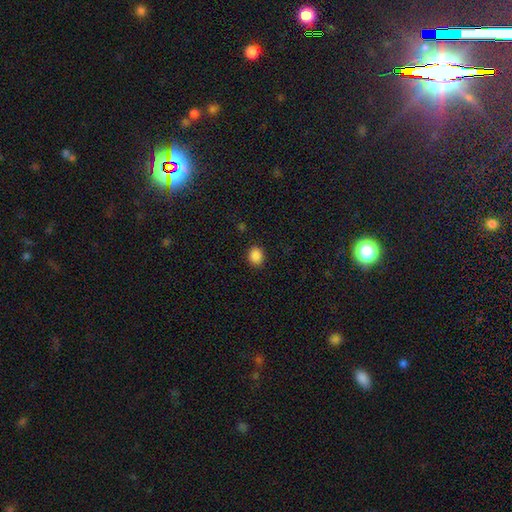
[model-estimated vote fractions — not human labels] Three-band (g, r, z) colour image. It shows a smooth galaxy with no disk features (87%) that is round (63%). Merging: none (89%).